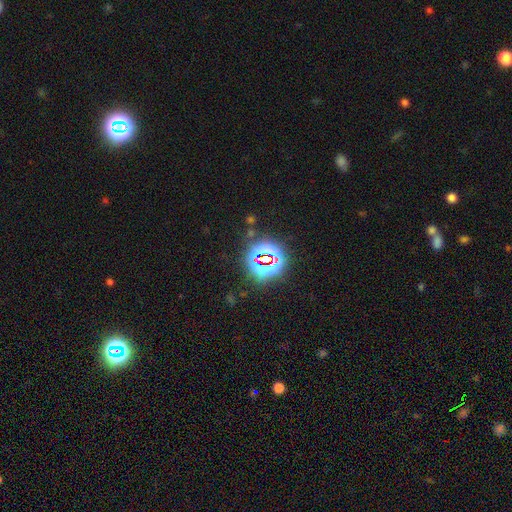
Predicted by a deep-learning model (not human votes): Morphology: type=star or artifact (79%).